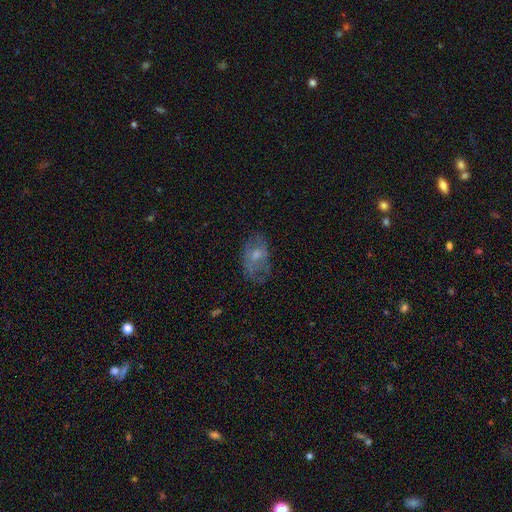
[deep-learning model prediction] A smooth galaxy with no disk features (46%).

Vote fractions:
- Smooth or featured? smooth: 46% / featured or disk: 45% / star or artifact: 9%
- Merging? none: 56% / minor disturbance: 27% / major disturbance: 15% / merger: 2%